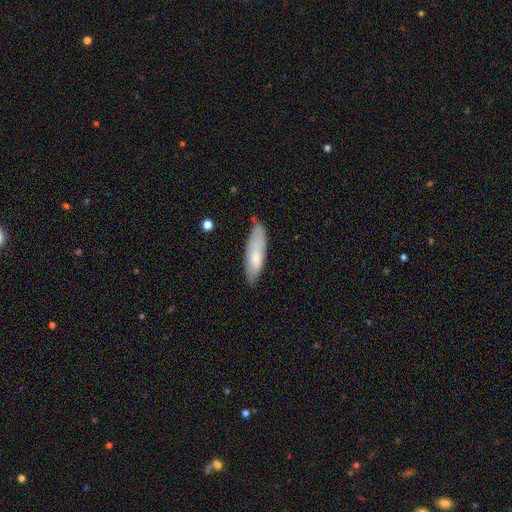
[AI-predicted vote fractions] Smooth or featured? Predicted: smooth (p=0.68). How rounded? Predicted: cigar-shaped (p=0.55). Merging? Predicted: none (p=0.70).